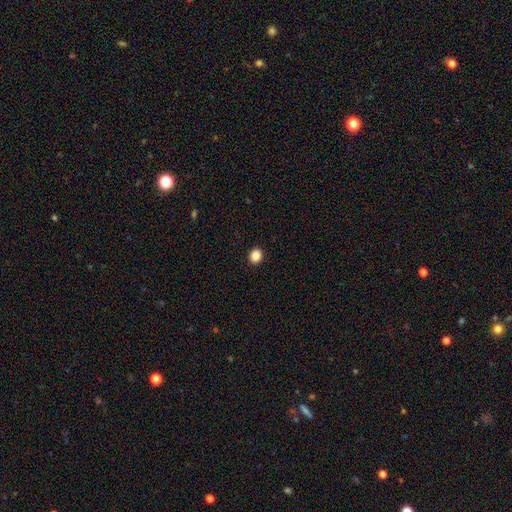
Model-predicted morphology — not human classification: A smooth galaxy with no disk features (87%) that is round (65%).

Vote fractions:
- Smooth or featured? smooth: 87% / star or artifact: 10% / featured or disk: 3%
- How rounded? round: 65% / in between: 34% / cigar-shaped: 1%
- Merging? none: 92% / minor disturbance: 5% / major disturbance: 2% / merger: 1%